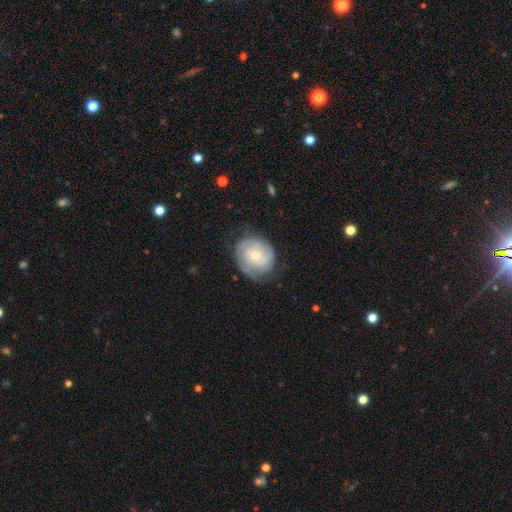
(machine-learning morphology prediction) Q: Smooth or featured?
A: featured or disk (70%); runner-up: smooth (24%)
Q: Edge-on disk?
A: no (98%); runner-up: yes (2%)
Q: Bar?
A: no (70%); runner-up: weak (26%)
Q: Spiral arms?
A: yes (92%); runner-up: no (8%)
Q: Spiral winding?
A: tight (64%); runner-up: medium (28%)
Q: Spiral arm count?
A: 2 (43%); runner-up: can't tell (28%)
Q: Bulge size?
A: small (57%); runner-up: moderate (38%)
Q: Merging?
A: none (68%); runner-up: minor disturbance (22%)